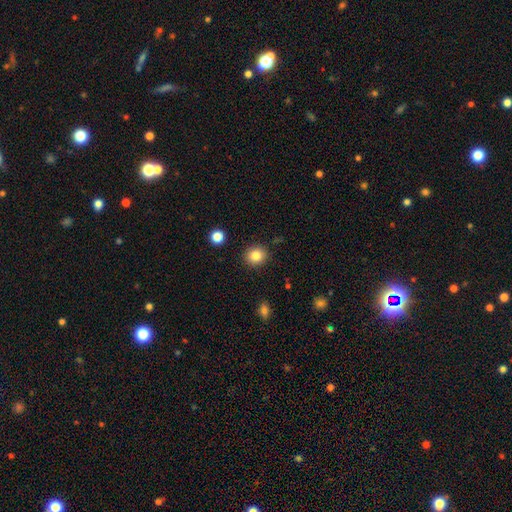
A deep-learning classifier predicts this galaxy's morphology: smooth_or_featured: smooth (p=0.83) [alt: star or artifact p=0.11]
how_rounded: round (p=0.88) [alt: in between p=0.11]
merging: none (p=0.90) [alt: minor disturbance p=0.06]